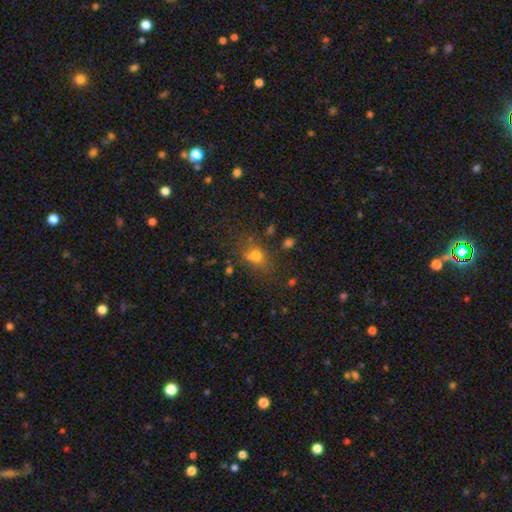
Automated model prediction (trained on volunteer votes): This appears to be a smooth galaxy with no disk features (68%) that is round (52%). Merging: none (59%).